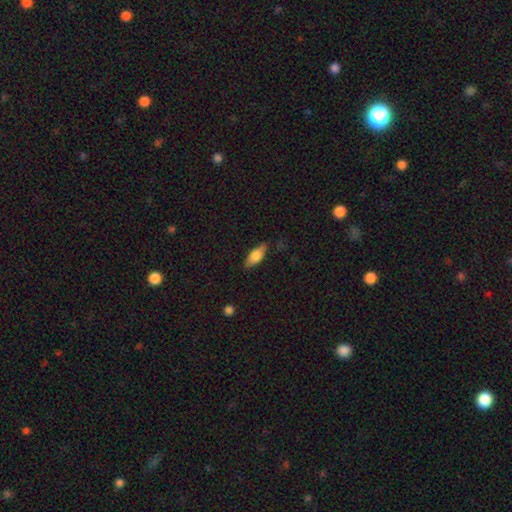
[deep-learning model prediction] This is likely a smooth galaxy (70%). How rounded: likely in between (74%). Merging: likely none (79%).